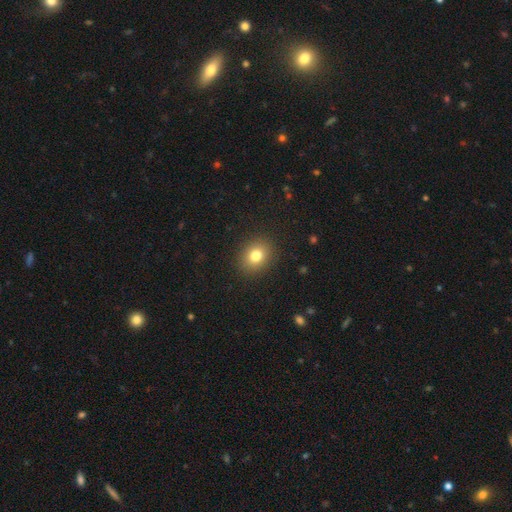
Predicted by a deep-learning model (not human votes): smooth-or-featured: smooth: 79% | star or artifact: 12% | featured or disk: 9%
  how-rounded: round: 64% | in between: 36% | cigar-shaped: 1%
  merging: none: 89% | minor disturbance: 7% | major disturbance: 3% | merger: 1%